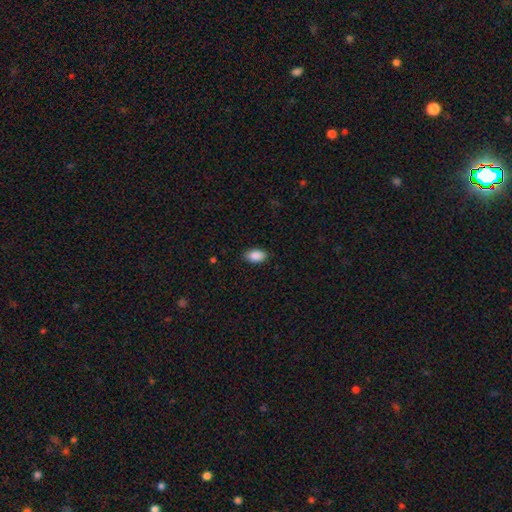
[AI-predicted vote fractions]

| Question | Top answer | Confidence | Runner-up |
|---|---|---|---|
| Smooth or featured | smooth | 90% | star or artifact (7%) |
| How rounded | in between | 93% | round (6%) |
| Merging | none | 86% | minor disturbance (11%) |